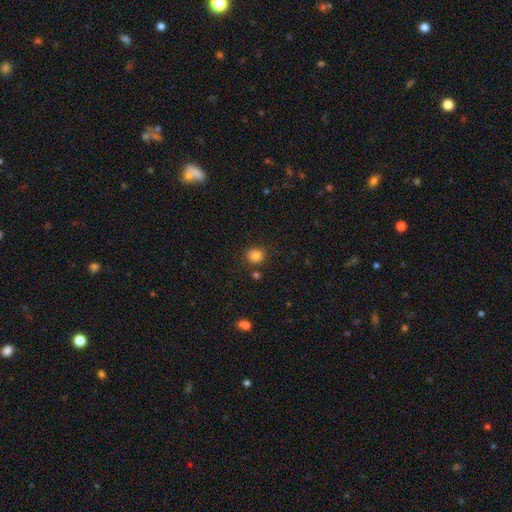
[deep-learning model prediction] Smooth or featured: smooth — 84% (star or artifact — 12%)
How rounded: round — 81% (in between — 19%)
Merging: none — 82% (minor disturbance — 11%)